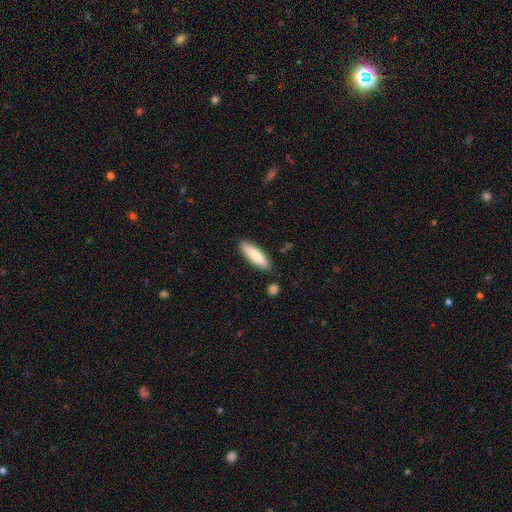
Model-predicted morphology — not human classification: Smooth or featured? smooth (79%)
How rounded? cigar-shaped (58%)
Merging? none (86%)